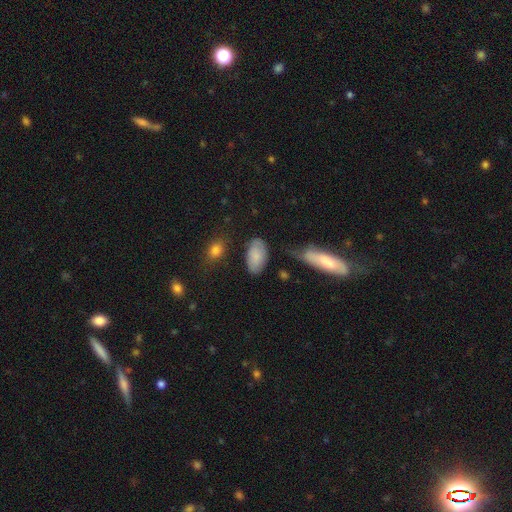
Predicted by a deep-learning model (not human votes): Morphology: type=smooth (77%); roundness=in between (94%); merging=none (66%).